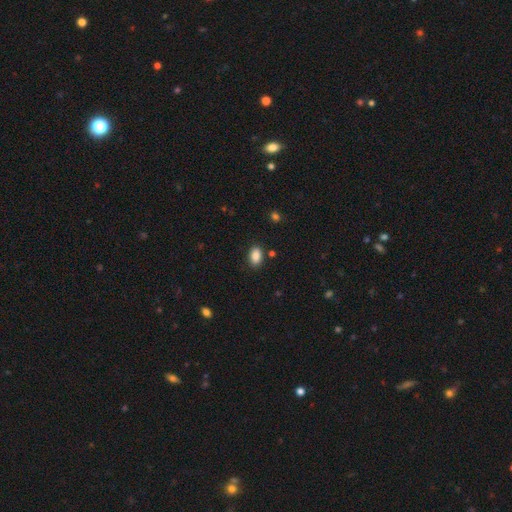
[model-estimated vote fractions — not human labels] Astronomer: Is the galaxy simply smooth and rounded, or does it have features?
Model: smooth — 87%.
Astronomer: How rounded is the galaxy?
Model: in between — 90%.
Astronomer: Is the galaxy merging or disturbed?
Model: none — 85%.